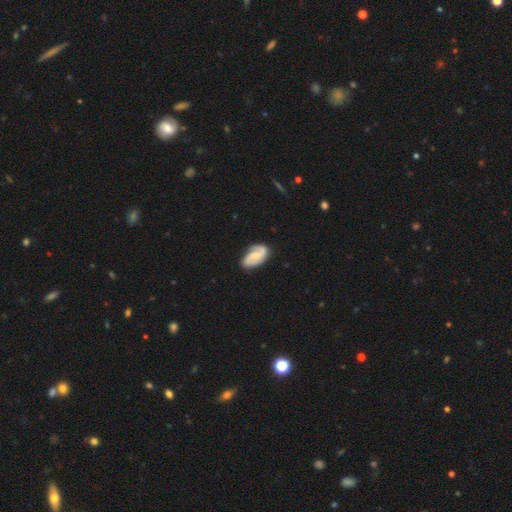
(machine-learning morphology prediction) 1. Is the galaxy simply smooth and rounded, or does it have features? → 74% featured or disk, 21% smooth, 5% star or artifact.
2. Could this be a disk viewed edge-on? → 97% no, 3% yes.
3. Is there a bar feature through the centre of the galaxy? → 44% no (tied), 44% weak (tied), 12% strong.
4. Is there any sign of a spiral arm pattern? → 94% yes, 6% no.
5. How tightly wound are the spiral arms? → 45% medium, 28% tight, 27% loose.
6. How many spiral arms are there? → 87% 2, 6% can't tell, 3% 1, 2% 3, 1% 4, 1% more than 4.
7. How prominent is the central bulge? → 46% small, 40% moderate, 10% none, 3% large, 1% dominant.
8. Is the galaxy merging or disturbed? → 77% none, 17% minor disturbance, 4% major disturbance, 2% merger.